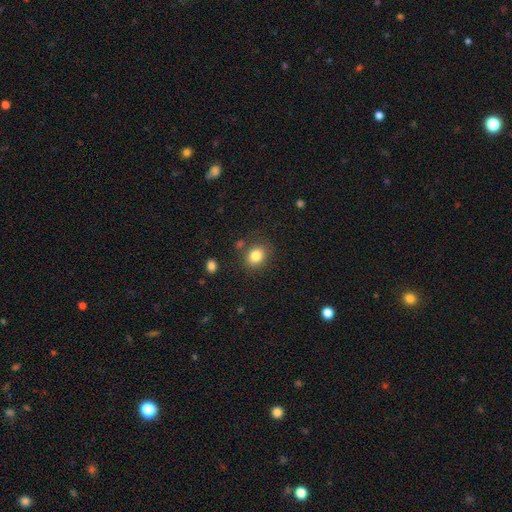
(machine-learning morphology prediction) Smooth or featured? smooth (83%)
How rounded? round (61%)
Merging? none (80%)